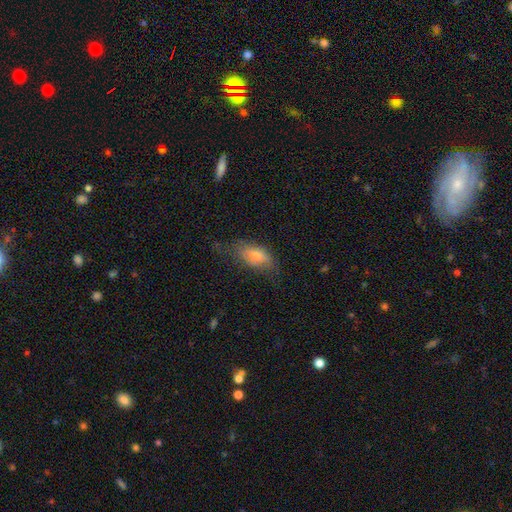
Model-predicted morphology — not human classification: smooth-or-featured: smooth: 66% | featured or disk: 26% | star or artifact: 8%
  how-rounded: in between: 81% | cigar-shaped: 15% | round: 3%
  merging: none: 54% | minor disturbance: 29% | major disturbance: 15% | merger: 2%